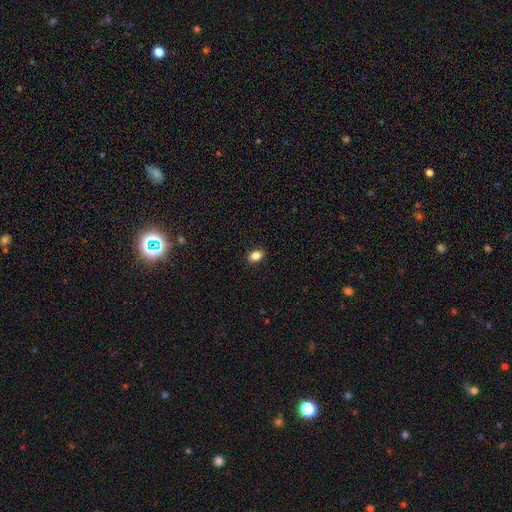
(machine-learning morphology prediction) The model was most divided on "how rounded": in between: 78%, round: 21%, cigar-shaped: 1%. More confident: merging — none (89%); smooth or featured — smooth (86%).